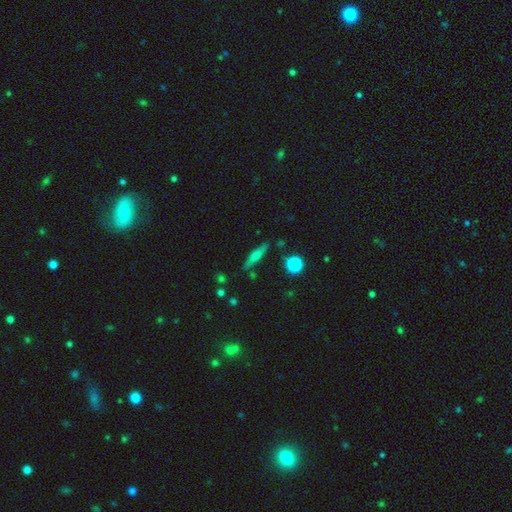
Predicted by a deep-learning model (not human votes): Smooth or featured? Predicted: smooth (p=0.51). How rounded? Predicted: cigar-shaped (p=0.80). Merging? Predicted: none (p=0.82).